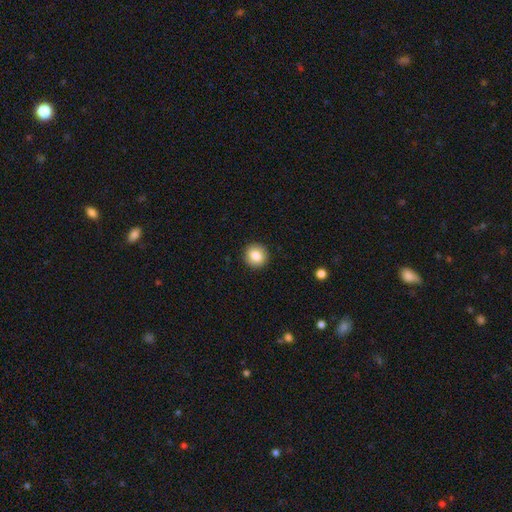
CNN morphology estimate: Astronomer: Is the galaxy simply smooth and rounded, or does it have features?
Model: smooth — 84%.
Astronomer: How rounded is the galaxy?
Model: round — 92%.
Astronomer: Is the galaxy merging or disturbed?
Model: none — 92%.